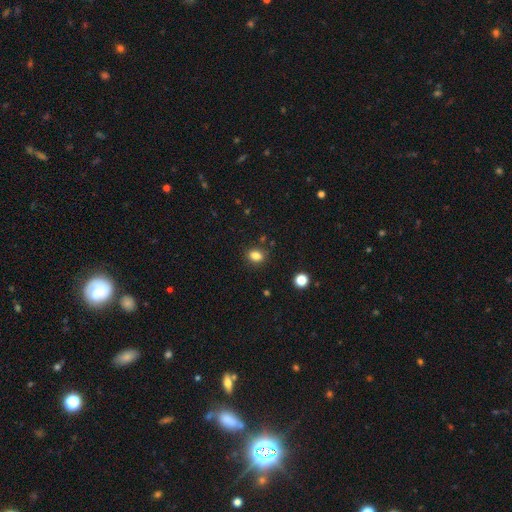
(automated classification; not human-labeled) This appears to be a smooth galaxy with no disk features (84%) that is in between round and cigar-shaped (65%). Merging: none (84%).